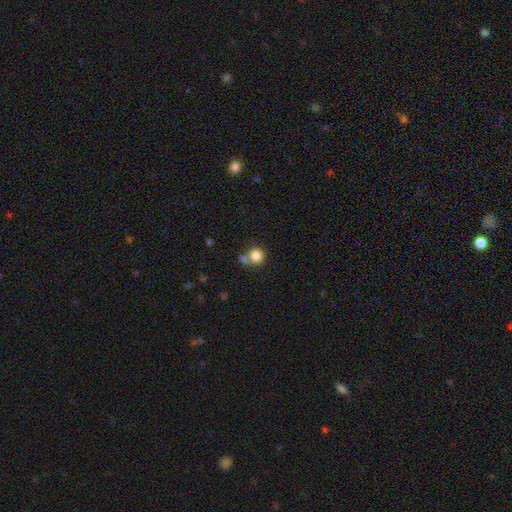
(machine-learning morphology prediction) smooth_or_featured: smooth (p=0.82) [alt: star or artifact p=0.11]
how_rounded: round (p=0.90) [alt: in between p=0.09]
merging: none (p=0.57) [alt: merger p=0.28]